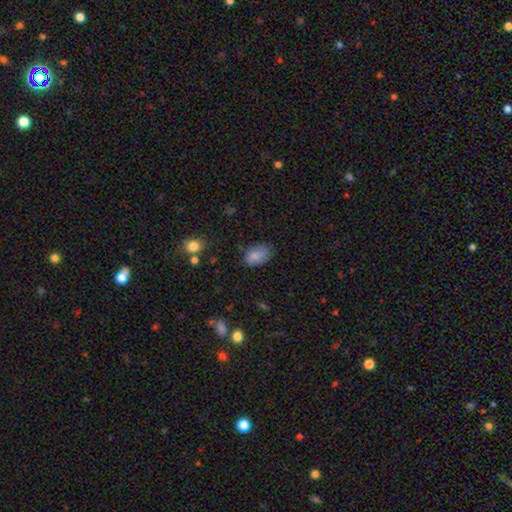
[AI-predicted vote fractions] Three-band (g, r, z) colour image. It shows a smooth galaxy with no disk features (81%) that is in between round and cigar-shaped (86%). Merging: none (63%).